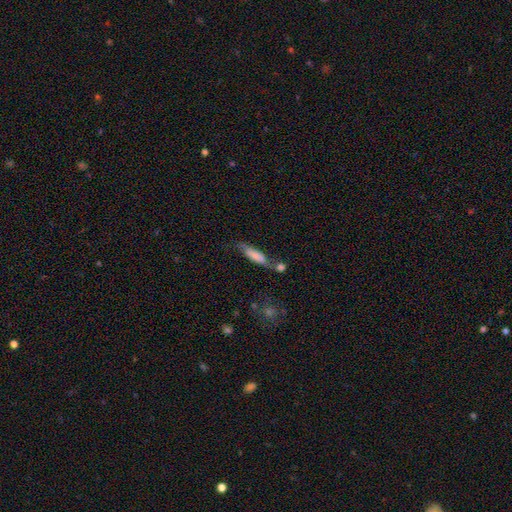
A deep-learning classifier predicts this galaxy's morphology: smooth_or_featured: smooth (p=0.66) [alt: featured or disk p=0.27]
how_rounded: cigar-shaped (p=0.67) [alt: in between p=0.30]
merging: none (p=0.41) [alt: merger p=0.26]